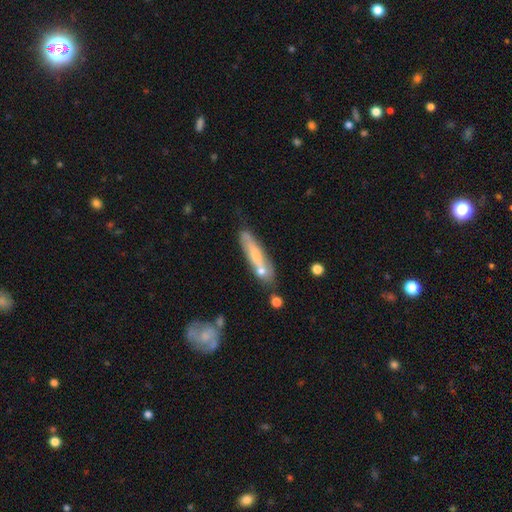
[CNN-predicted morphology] smooth_or_featured: smooth (p=0.50) [alt: featured or disk p=0.43]
how_rounded: cigar-shaped (p=0.82) [alt: in between p=0.16]
merging: none (p=0.55) [alt: minor disturbance p=0.22]